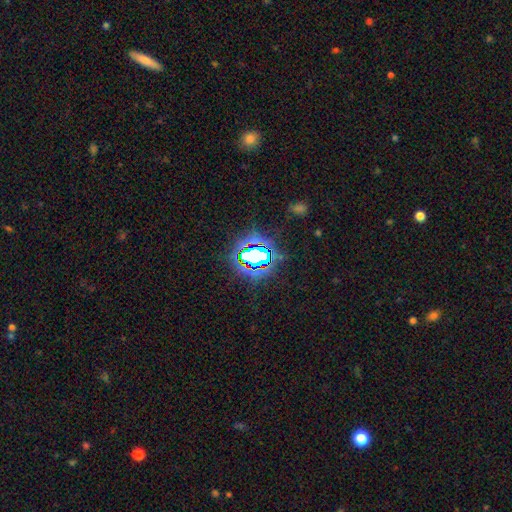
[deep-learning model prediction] Overall: star or artifact (69%).